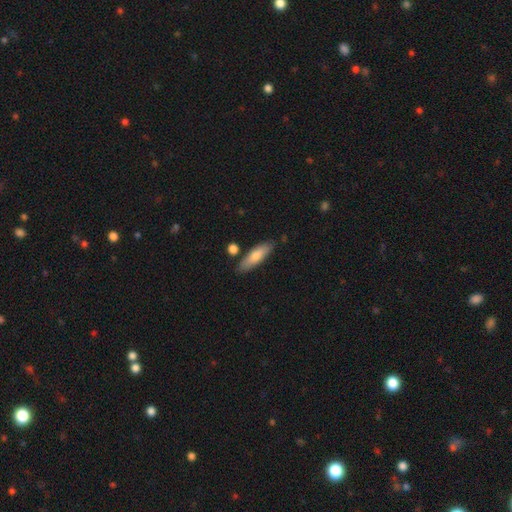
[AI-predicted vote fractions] smooth 71%, featured or disk 23%, star or artifact 6%. Down the decision tree: how rounded — cigar-shaped (61%); merging — none (82%).